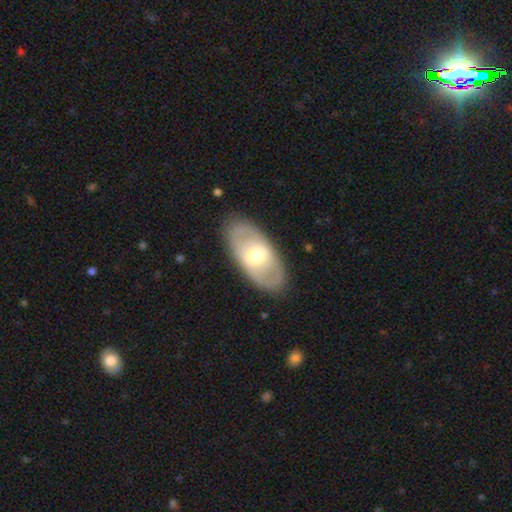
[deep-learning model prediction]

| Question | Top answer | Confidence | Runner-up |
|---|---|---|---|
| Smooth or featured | featured or disk | 54% | smooth (40%) |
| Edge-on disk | no | 87% | yes (13%) |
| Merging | none | 84% | minor disturbance (11%) |